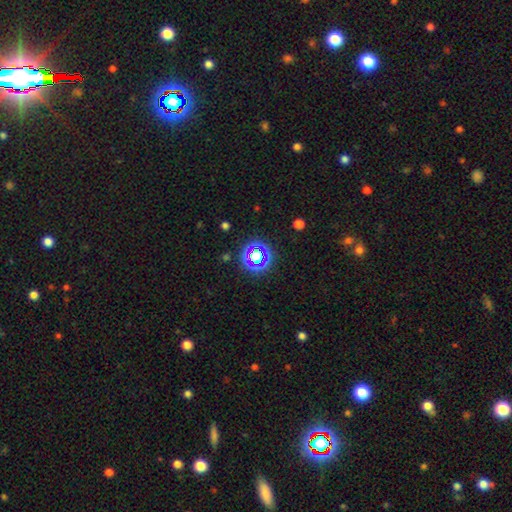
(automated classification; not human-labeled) Morphology: type=star or artifact (60%).